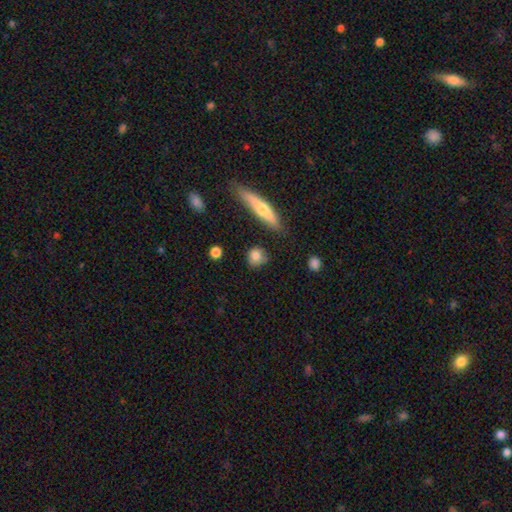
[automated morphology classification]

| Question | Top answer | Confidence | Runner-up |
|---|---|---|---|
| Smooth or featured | smooth | 79% | featured or disk (13%) |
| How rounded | round | 74% | in between (20%) |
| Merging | none | 79% | minor disturbance (14%) |